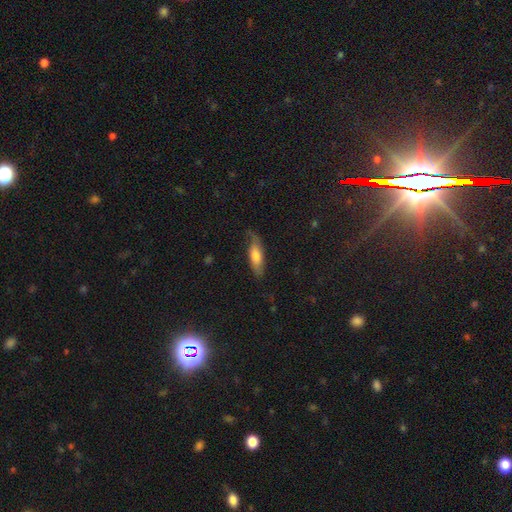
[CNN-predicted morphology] Q: Smooth or featured?
A: smooth (64%); runner-up: featured or disk (29%)
Q: How rounded?
A: in between (52%); runner-up: cigar-shaped (45%)
Q: Merging?
A: none (63%); runner-up: minor disturbance (27%)